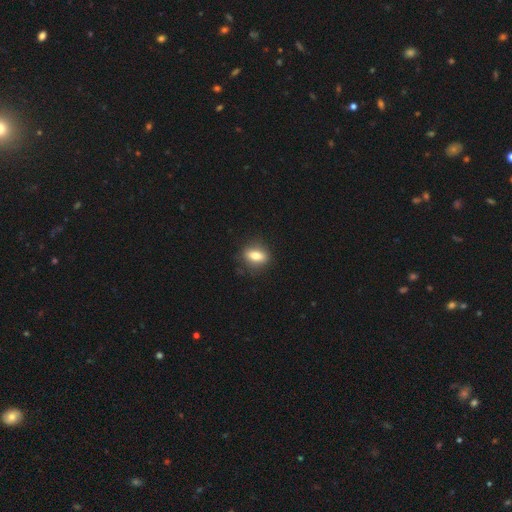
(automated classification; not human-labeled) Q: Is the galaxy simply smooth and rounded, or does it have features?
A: smooth — 74%.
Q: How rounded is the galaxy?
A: in between — 73%.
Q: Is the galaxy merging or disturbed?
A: none — 85%.